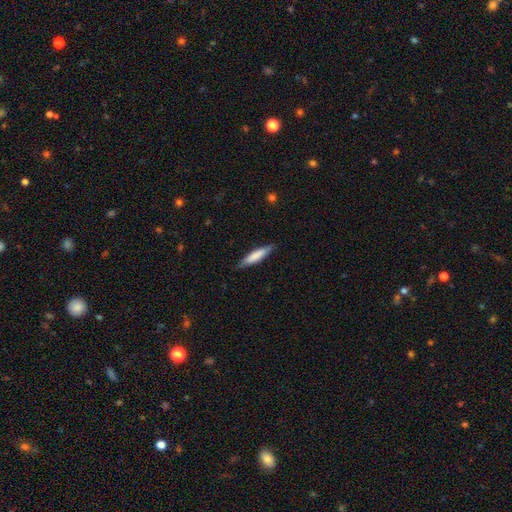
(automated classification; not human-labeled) A smooth galaxy with no disk features (75%) that is cigar-shaped (85%).

Vote fractions:
- Smooth or featured? smooth: 75% / featured or disk: 19% / star or artifact: 5%
- How rounded? cigar-shaped: 85% / in between: 14% / round: 1%
- Merging? none: 86% / minor disturbance: 11% / major disturbance: 2% / merger: 1%